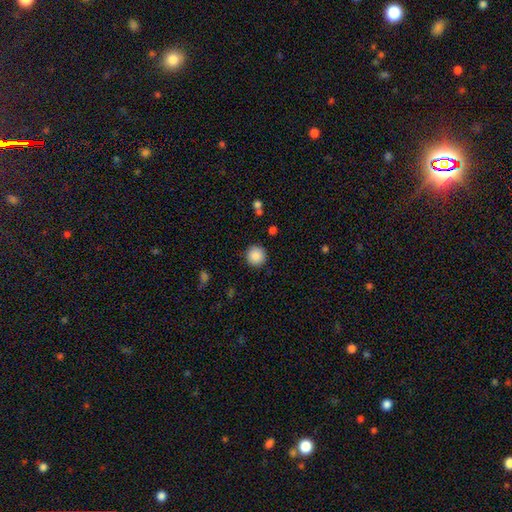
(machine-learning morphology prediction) Smooth or featured? Predicted: smooth (p=0.87). How rounded? Predicted: round (p=0.95). Merging? Predicted: none (p=0.91).